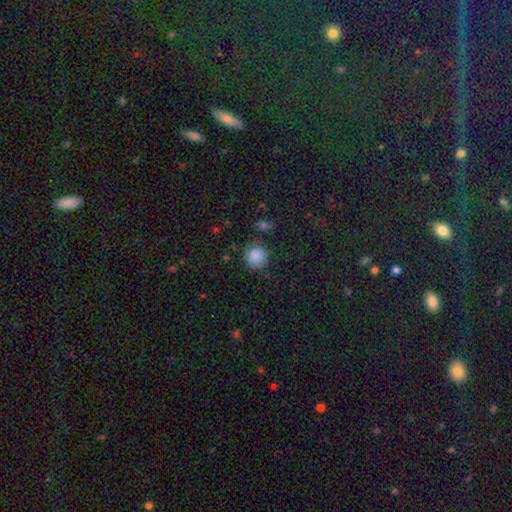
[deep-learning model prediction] A smooth galaxy with no disk features (85%) that is round (90%).

Vote fractions:
- Smooth or featured? smooth: 85% / star or artifact: 10% / featured or disk: 5%
- How rounded? round: 90% / in between: 9% / cigar-shaped: 1%
- Merging? none: 78% / minor disturbance: 15% / major disturbance: 5% / merger: 3%